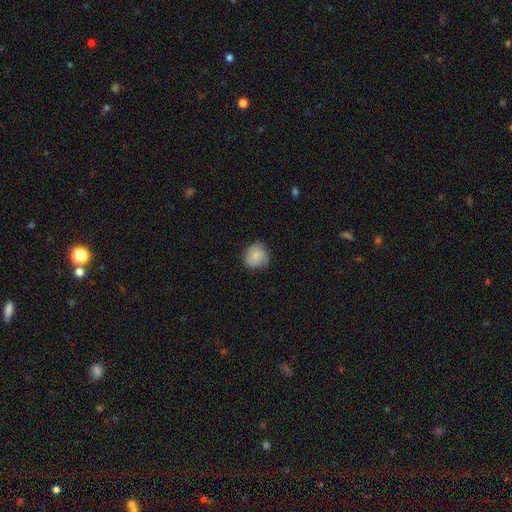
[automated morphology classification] smooth-or-featured: smooth: 73% | featured or disk: 20% | star or artifact: 7%
  how-rounded: round: 83% | in between: 16% | cigar-shaped: 1%
  merging: none: 72% | minor disturbance: 23% | major disturbance: 5% | merger: 1%